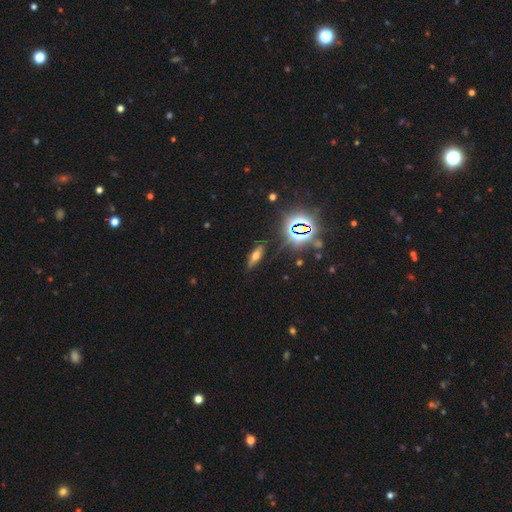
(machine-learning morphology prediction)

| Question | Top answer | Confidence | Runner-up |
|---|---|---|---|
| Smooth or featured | smooth | 44% | star or artifact (28%) |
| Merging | none | 82% | minor disturbance (12%) |